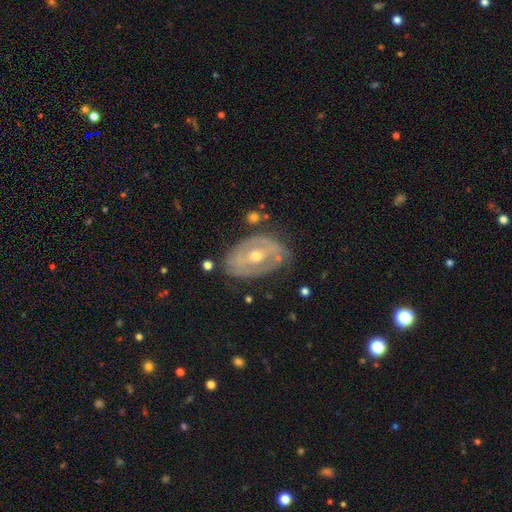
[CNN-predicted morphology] A featured or disk galaxy (75%) with a weak bar (38%, tied with no), spiral arms (57%) and a moderate central bulge (61%). Merging: none (64%).